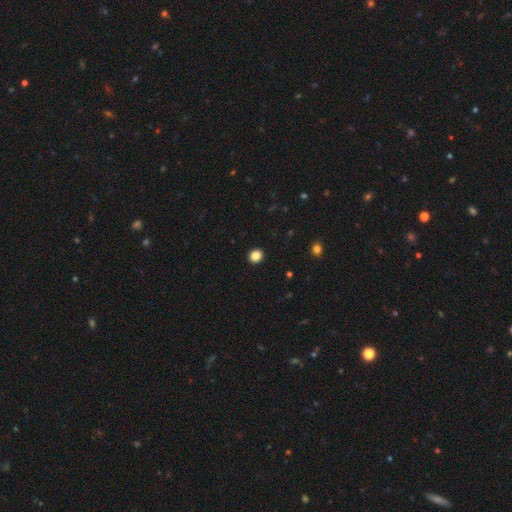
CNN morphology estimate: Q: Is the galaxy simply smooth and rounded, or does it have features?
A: smooth — 85%.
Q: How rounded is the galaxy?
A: round — 78%.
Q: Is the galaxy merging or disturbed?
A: none — 93%.